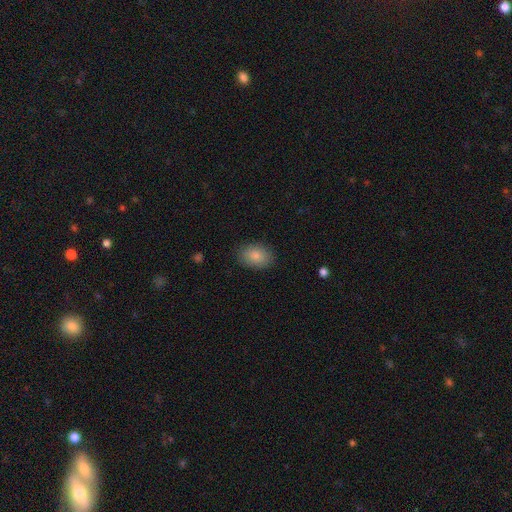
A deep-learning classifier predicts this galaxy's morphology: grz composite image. It shows a smooth galaxy with no disk features (86%) that is in between round and cigar-shaped (76%). Merging: none (86%).